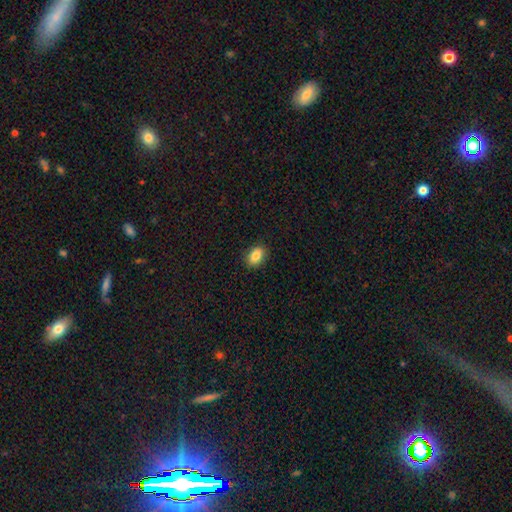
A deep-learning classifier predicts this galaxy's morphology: type=smooth (85%); roundness=in between (80%); merging=none (88%).